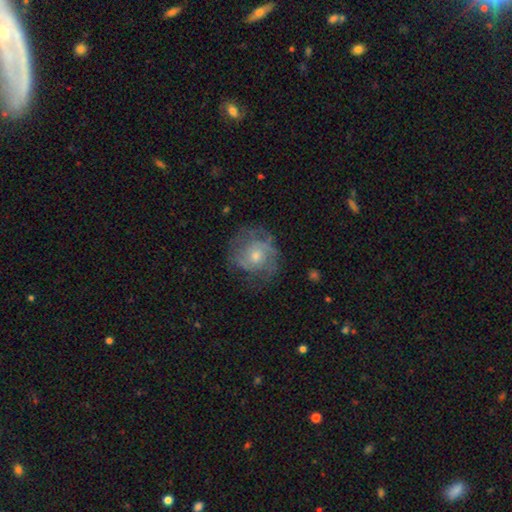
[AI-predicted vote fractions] This appears to be a featured or disk galaxy (62%) with no bar (80%), spiral arms (74%) and a moderate central bulge (54%). Merging: none (64%).